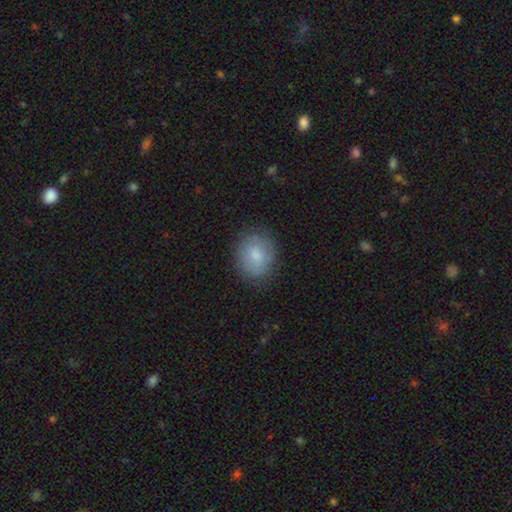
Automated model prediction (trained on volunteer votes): Morphology: type=smooth (77%); roundness=round (56%); merging=none (79%).